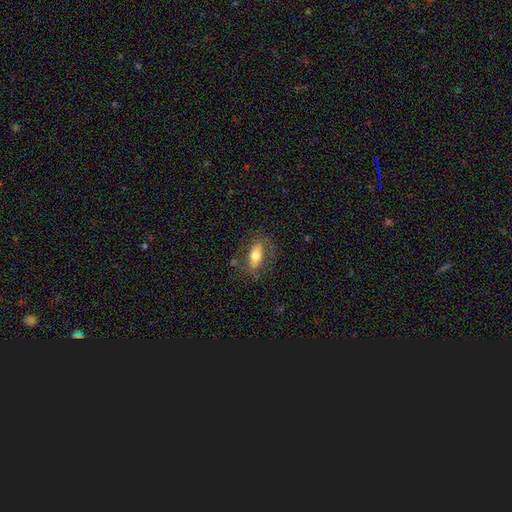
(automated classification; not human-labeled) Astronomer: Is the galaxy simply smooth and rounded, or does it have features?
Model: smooth — 60%.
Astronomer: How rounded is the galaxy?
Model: in between — 76%.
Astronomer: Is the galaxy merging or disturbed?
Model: none — 67%.